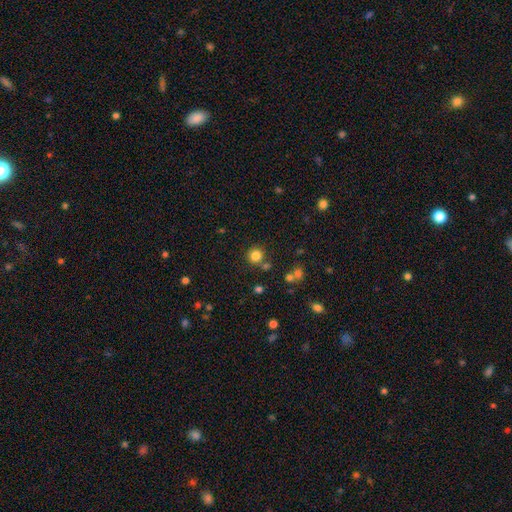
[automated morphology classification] smooth_or_featured: smooth (p=0.82) [alt: star or artifact p=0.13]
how_rounded: round (p=0.92) [alt: in between p=0.07]
merging: none (p=0.79) [alt: merger p=0.10]